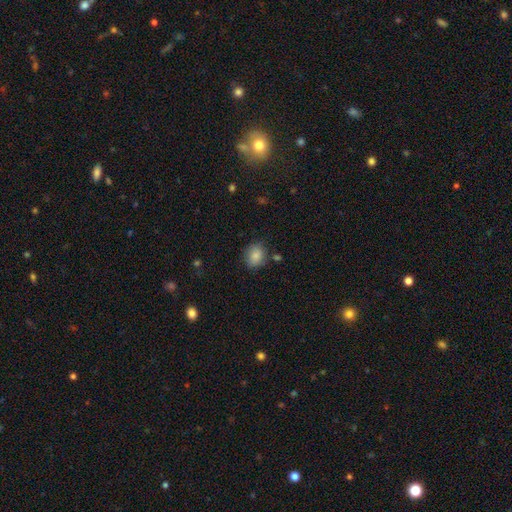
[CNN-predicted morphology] smooth-or-featured: smooth: 85% | star or artifact: 9% | featured or disk: 6%
  how-rounded: round: 59% | in between: 40% | cigar-shaped: 1%
  merging: none: 78% | minor disturbance: 14% | merger: 4% | major disturbance: 4%